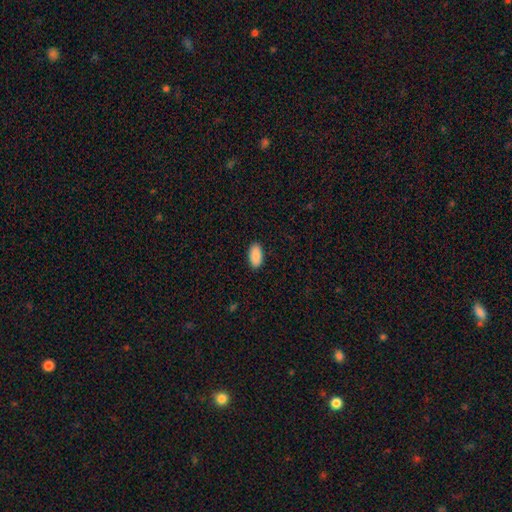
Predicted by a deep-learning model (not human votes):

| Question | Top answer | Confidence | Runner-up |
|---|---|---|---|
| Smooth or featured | smooth | 90% | star or artifact (7%) |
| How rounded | in between | 95% | cigar-shaped (3%) |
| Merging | none | 90% | minor disturbance (7%) |